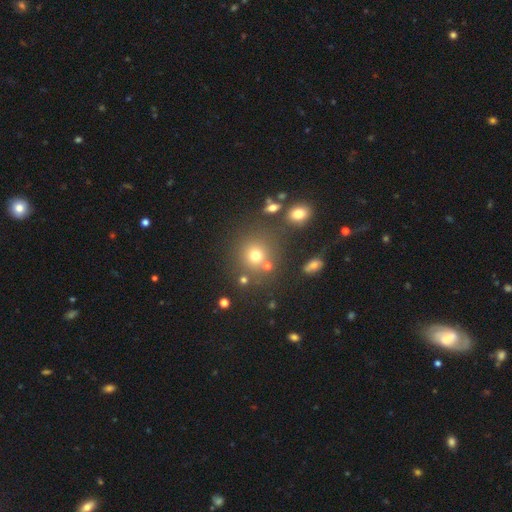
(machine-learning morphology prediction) This is likely a smooth galaxy (72%). How rounded: clearly round (88%). Merging: likely none (74%).